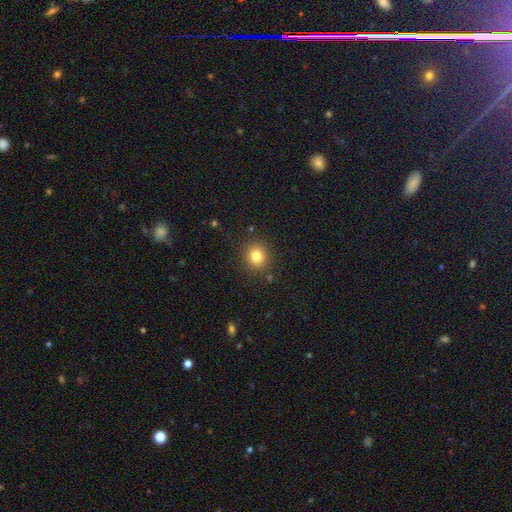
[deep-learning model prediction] Smooth or featured? Predicted: smooth (p=0.81). How rounded? Predicted: round (p=0.84). Merging? Predicted: none (p=0.87).